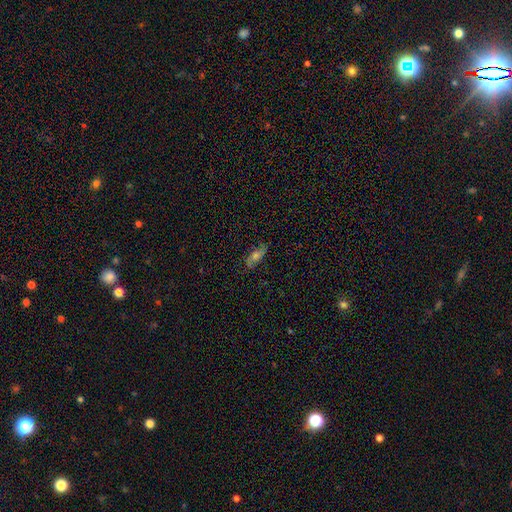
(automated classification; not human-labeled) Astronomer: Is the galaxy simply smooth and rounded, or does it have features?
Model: featured or disk — 50% (runner-up: smooth, 36%).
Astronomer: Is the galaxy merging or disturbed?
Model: none — 77%.